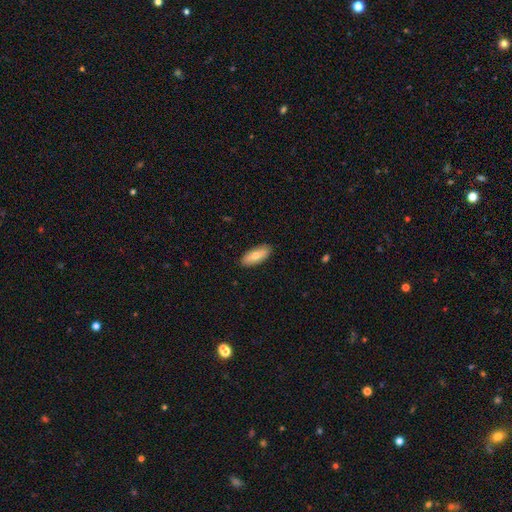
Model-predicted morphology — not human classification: Smooth or featured?
  - smooth: 74% *
  - featured or disk: 21%
  - star or artifact: 6%
How rounded?
  - in between: 77% *
  - cigar-shaped: 20%
  - round: 2%
Merging?
  - none: 89% *
  - minor disturbance: 8%
  - major disturbance: 2%
  - merger: 1%